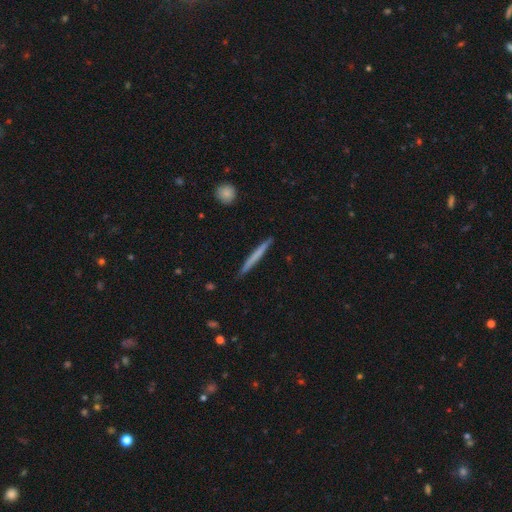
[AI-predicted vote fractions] smooth_or_featured: smooth (p=0.57) [alt: featured or disk p=0.37]
how_rounded: cigar-shaped (p=0.97) [alt: in between p=0.02]
merging: none (p=0.91) [alt: minor disturbance p=0.07]